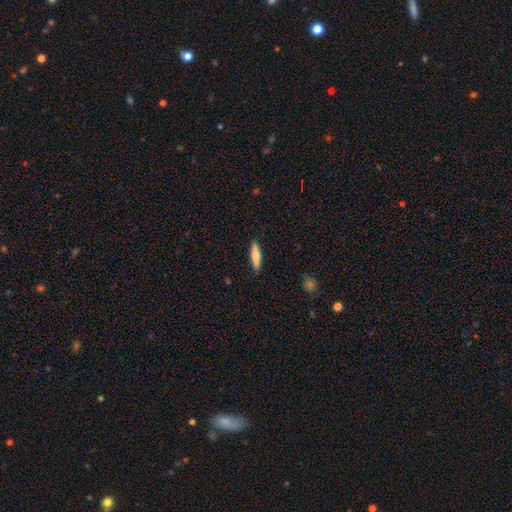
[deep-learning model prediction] Smooth or featured? Predicted: smooth (p=0.66). How rounded? Predicted: cigar-shaped (p=0.83). Merging? Predicted: none (p=0.90).